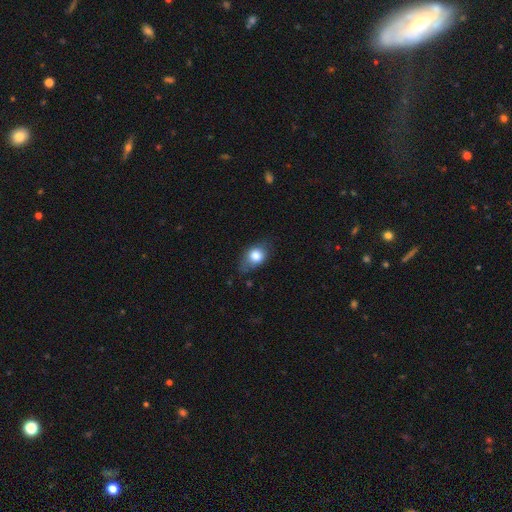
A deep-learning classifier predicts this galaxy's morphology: smooth 78%, featured or disk 14%, star or artifact 8%. Down the decision tree: how rounded — in between (67%); merging — none (63%).